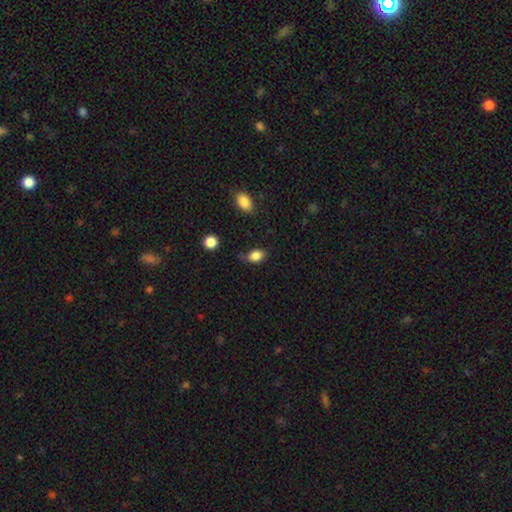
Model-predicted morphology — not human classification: A smooth galaxy with no disk features (86%) that is in between round and cigar-shaped (74%).

Vote fractions:
- Smooth or featured? smooth: 86% / star or artifact: 9% / featured or disk: 5%
- How rounded? in between: 74% / round: 25% / cigar-shaped: 2%
- Merging? none: 58% / minor disturbance: 31% / major disturbance: 8% / merger: 3%